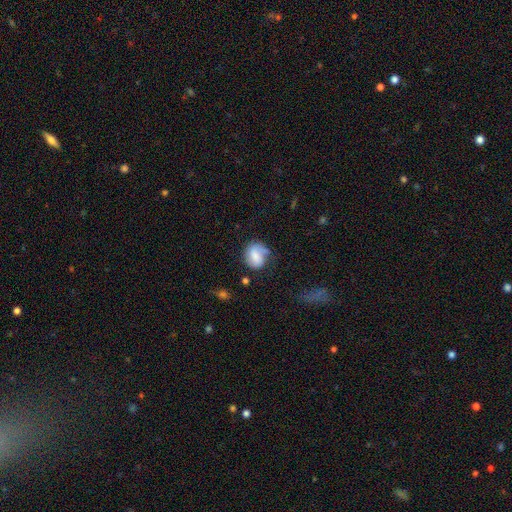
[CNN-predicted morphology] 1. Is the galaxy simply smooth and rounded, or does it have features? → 53% smooth, 39% featured or disk, 8% star or artifact.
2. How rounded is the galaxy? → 62% round, 37% in between, 1% cigar-shaped.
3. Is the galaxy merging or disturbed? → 52% none, 27% minor disturbance, 16% major disturbance, 5% merger.